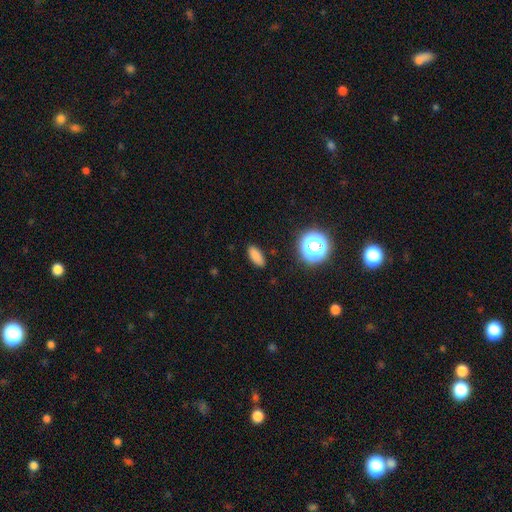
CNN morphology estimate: Smooth or featured? smooth (83%)
How rounded? in between (79%)
Merging? none (87%)